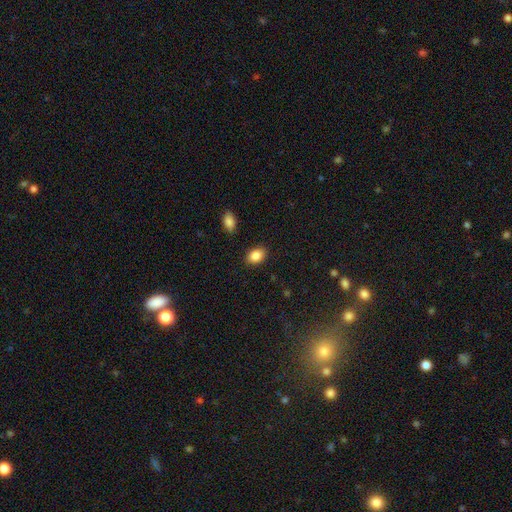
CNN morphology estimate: type=smooth (87%); roundness=in between (78%); merging=none (88%).